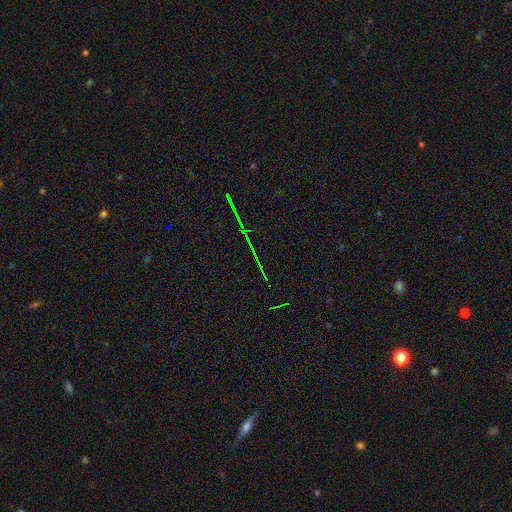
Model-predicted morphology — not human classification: A star or artifact, not a galaxy (80%).